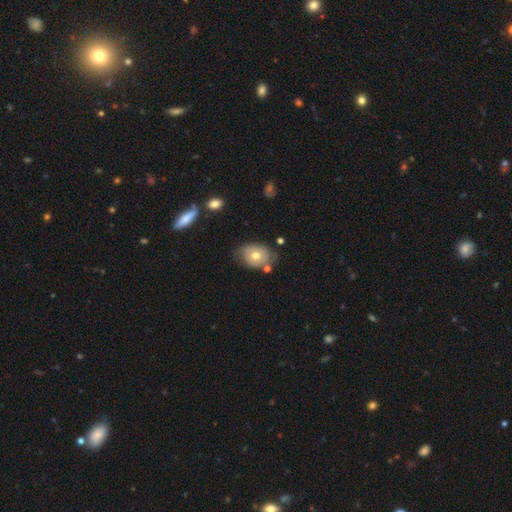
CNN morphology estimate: Smooth or featured? smooth (66%)
How rounded? in between (62%)
Merging? none (65%)